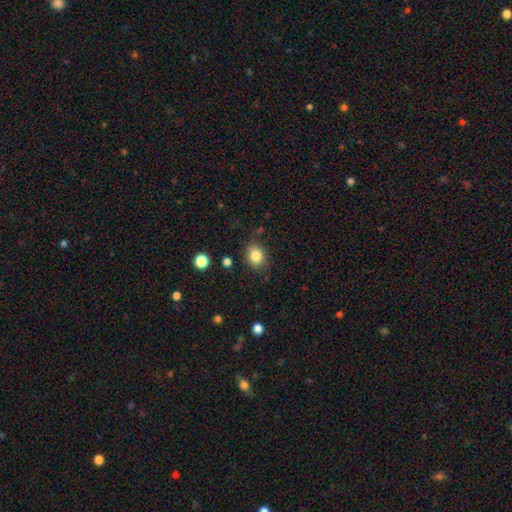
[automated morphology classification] type=smooth (84%); roundness=round (52%); merging=none (80%).